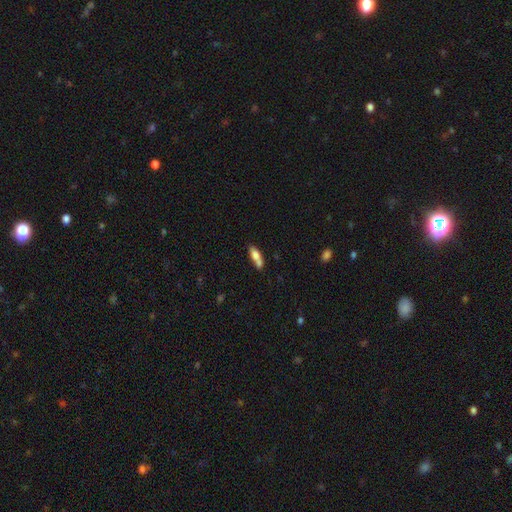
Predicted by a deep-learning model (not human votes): This is likely a smooth galaxy (70%). How rounded: likely in between (62%). Merging: marginally none (40%).